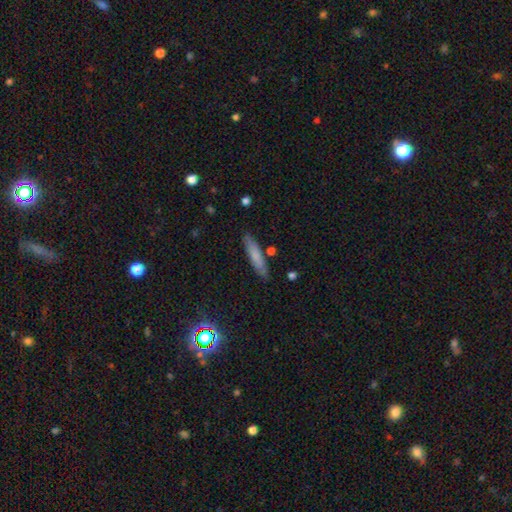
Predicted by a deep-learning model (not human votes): Smooth or featured? Predicted: smooth (p=0.72). How rounded? Predicted: cigar-shaped (p=0.84). Merging? Predicted: none (p=0.85).